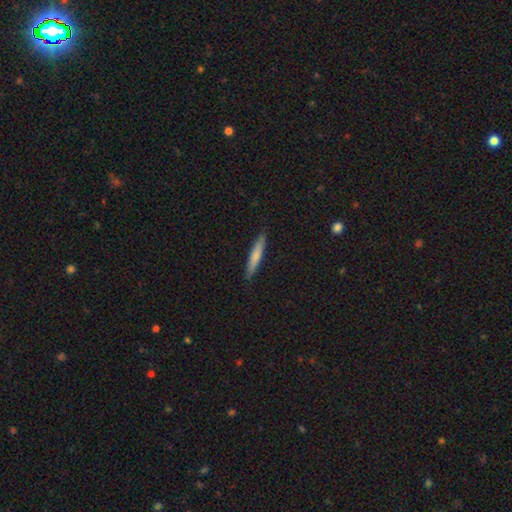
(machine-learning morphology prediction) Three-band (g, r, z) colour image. It shows a smooth galaxy with no disk features (69%) that is cigar-shaped (93%). Merging: none (89%).